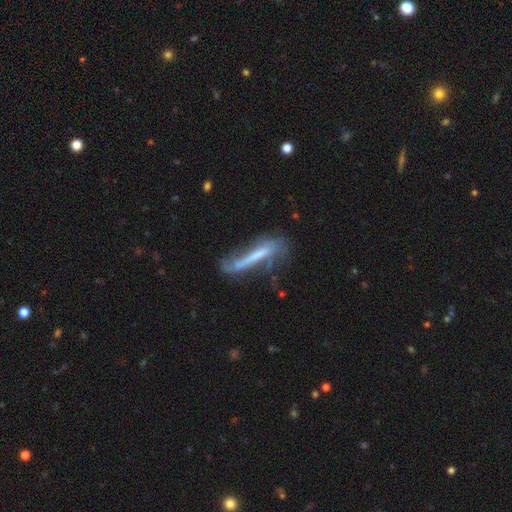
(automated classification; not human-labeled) This is possibly a featured or disk galaxy (53%). It is possibly viewed edge-on (54%). Merging: marginally none (41%).